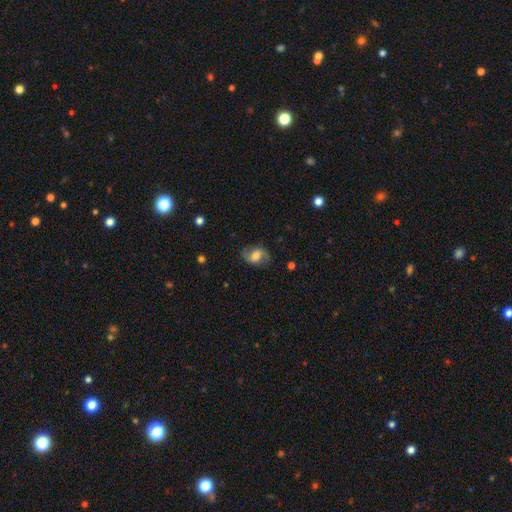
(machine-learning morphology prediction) A featured or disk galaxy (51%). Merging: none (73%).